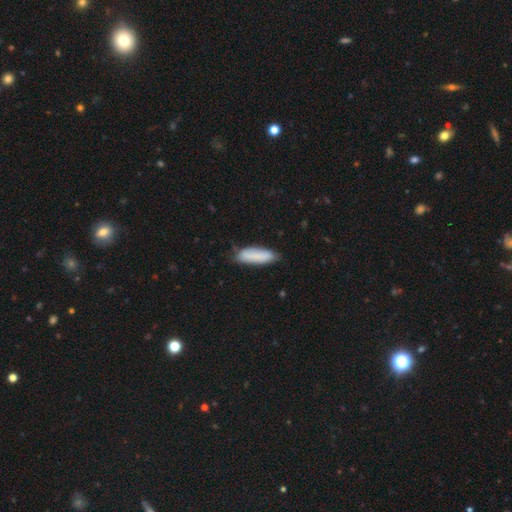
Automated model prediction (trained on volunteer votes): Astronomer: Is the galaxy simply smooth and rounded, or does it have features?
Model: smooth — 82%.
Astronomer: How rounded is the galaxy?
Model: in between — 50% (runner-up: cigar-shaped, 49%).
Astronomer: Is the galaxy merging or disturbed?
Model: none — 73%.